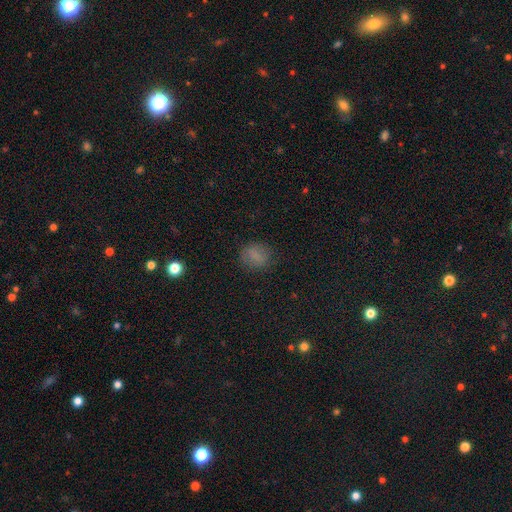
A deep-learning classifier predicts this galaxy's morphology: Smooth or featured? Predicted: smooth (p=0.76). How rounded? Predicted: round (p=0.68). Merging? Predicted: none (p=0.81).